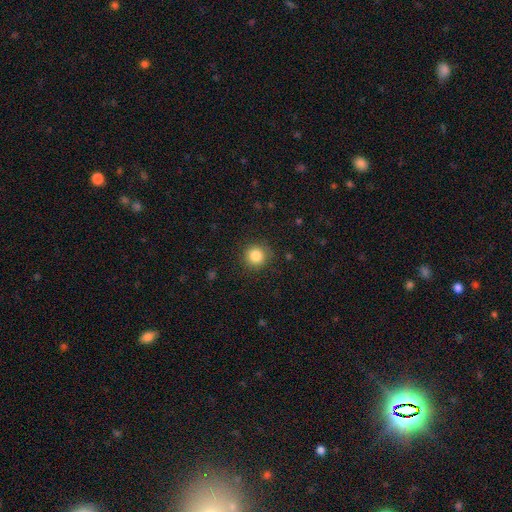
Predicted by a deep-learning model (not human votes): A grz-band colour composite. It shows a smooth galaxy with no disk features (84%) that is round (94%). Merging: none (89%).